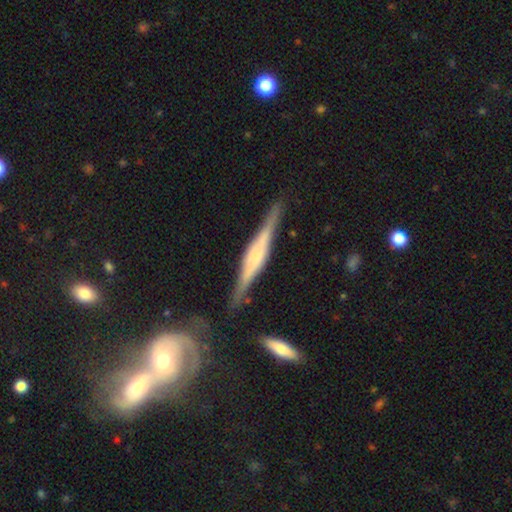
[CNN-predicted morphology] featured or disk 79%, smooth 16%, star or artifact 6%. Down the decision tree: edge-on disk — yes (97%); edge-on bulge — boxy (47%); merging — none (82%).